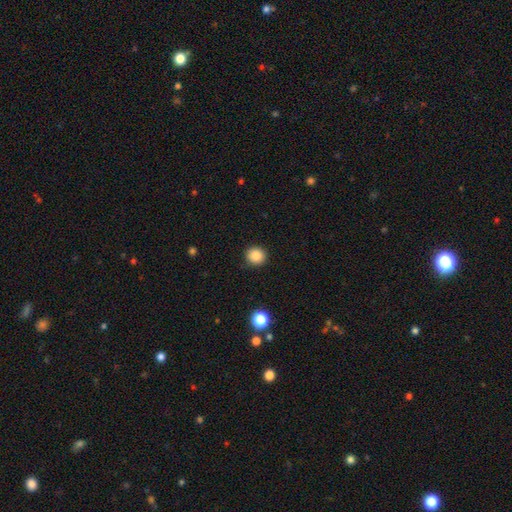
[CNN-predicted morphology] Smooth or featured?
  - smooth: 87% *
  - star or artifact: 10%
  - featured or disk: 3%
How rounded?
  - round: 90% *
  - in between: 9%
  - cigar-shaped: 1%
Merging?
  - none: 91% *
  - minor disturbance: 6%
  - major disturbance: 2%
  - merger: 1%